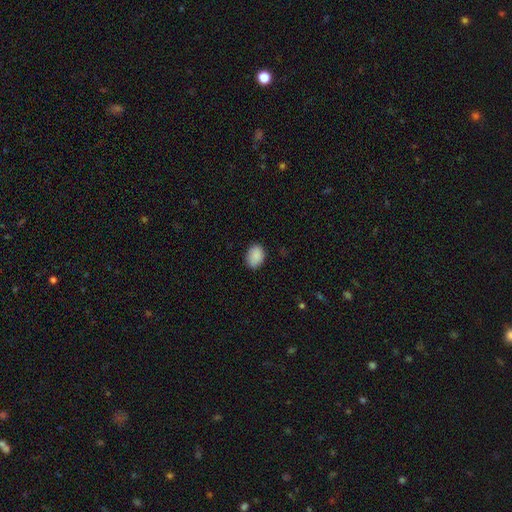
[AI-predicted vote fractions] This is clearly a smooth galaxy (89%). How rounded: likely in between (75%). Merging: clearly none (82%).